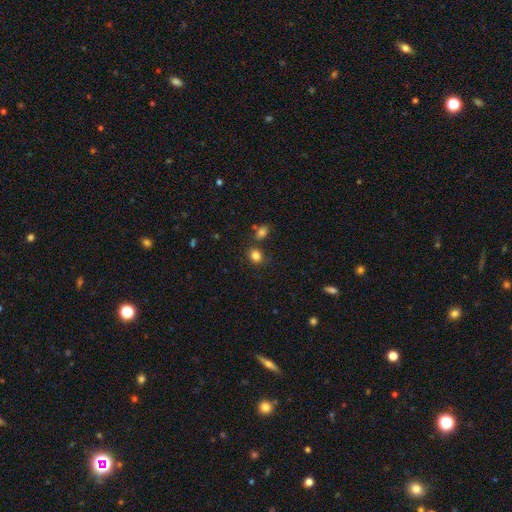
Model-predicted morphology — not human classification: smooth-or-featured: smooth: 83% | star or artifact: 12% | featured or disk: 5%
  how-rounded: round: 53% | in between: 46% | cigar-shaped: 1%
  merging: none: 75% | minor disturbance: 12% | merger: 10% | major disturbance: 4%